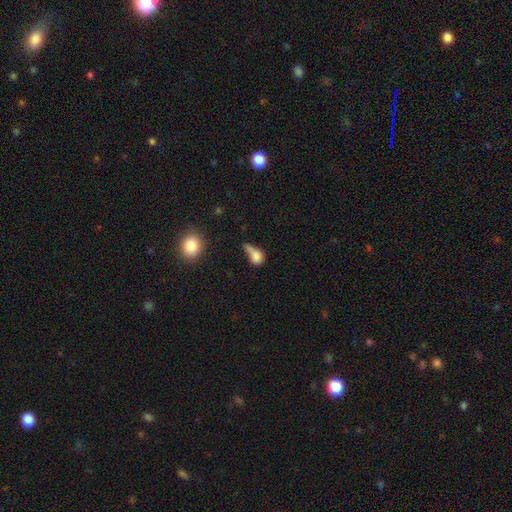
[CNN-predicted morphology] This appears to be a smooth galaxy with no disk features (74%) that is in between round and cigar-shaped (53%). Merging: major disturbance (27%).